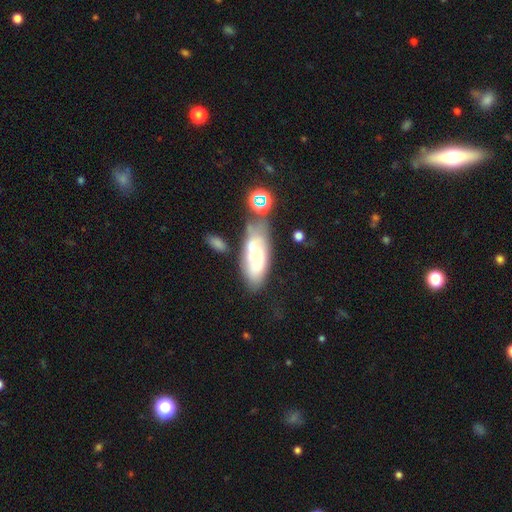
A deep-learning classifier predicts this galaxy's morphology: The model was most divided on "smooth or featured": featured or disk: 47%, smooth: 43%, star or artifact: 10%. Remaining: merging — none (45%).